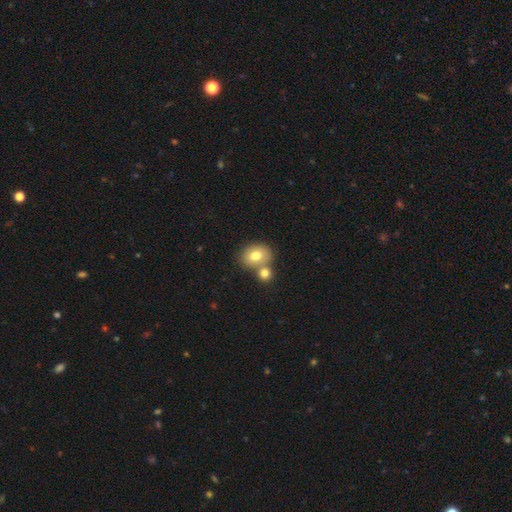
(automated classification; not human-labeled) This is likely a smooth galaxy (75%). How rounded: possibly round (57%). Merging: possibly none (46%).